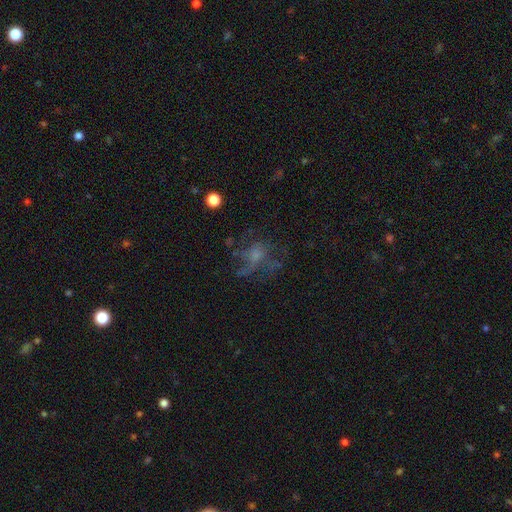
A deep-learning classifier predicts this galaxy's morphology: smooth_or_featured: featured or disk (p=0.49) [alt: smooth p=0.30]
merging: none (p=0.47) [alt: major disturbance p=0.33]